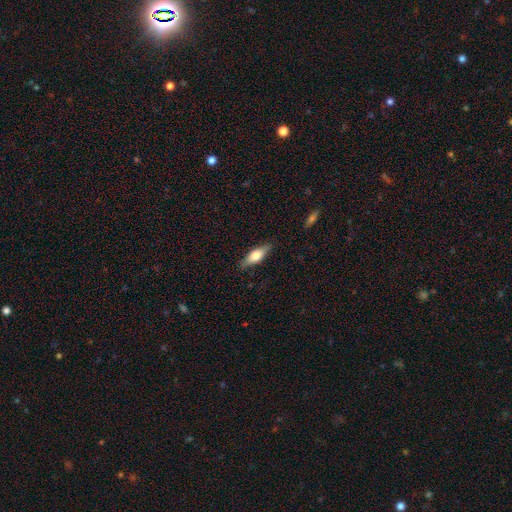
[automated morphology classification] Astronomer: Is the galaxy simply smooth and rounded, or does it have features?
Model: smooth — 56% (runner-up: featured or disk, 38%).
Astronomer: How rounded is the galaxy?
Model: in between — 56% (runner-up: cigar-shaped, 42%).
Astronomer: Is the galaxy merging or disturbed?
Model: none — 86%.